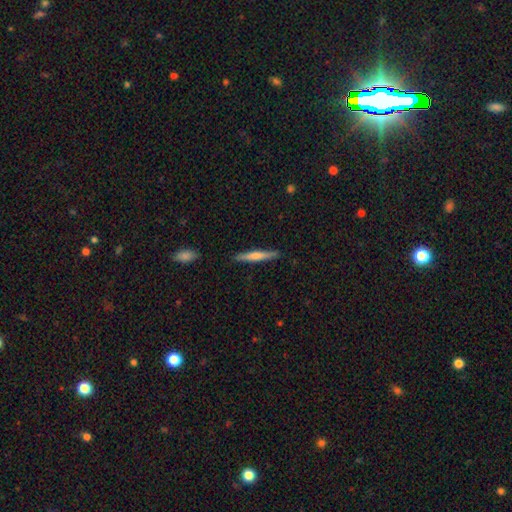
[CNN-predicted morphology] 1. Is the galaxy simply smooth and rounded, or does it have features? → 49% smooth, 45% featured or disk, 6% star or artifact.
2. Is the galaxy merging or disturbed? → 89% none, 8% minor disturbance, 1% merger, 1% major disturbance.